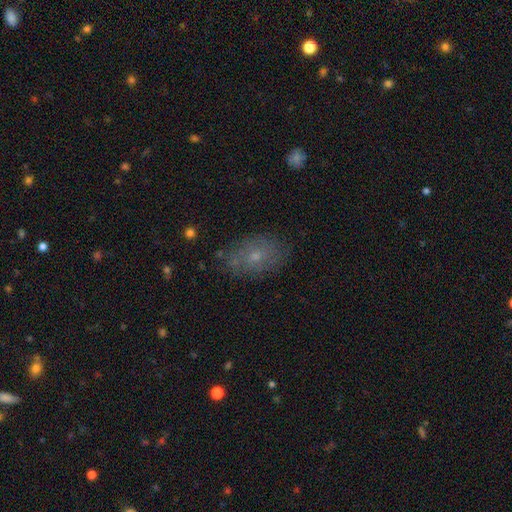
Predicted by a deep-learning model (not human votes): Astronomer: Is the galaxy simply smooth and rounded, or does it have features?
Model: smooth — 57%.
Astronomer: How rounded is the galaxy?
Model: in between — 85%.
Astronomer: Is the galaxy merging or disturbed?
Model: none — 76%.